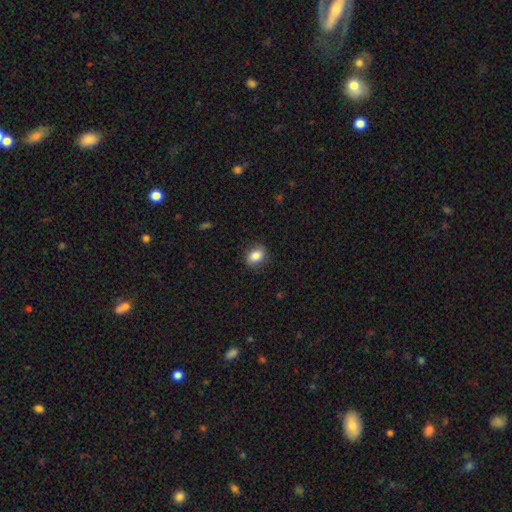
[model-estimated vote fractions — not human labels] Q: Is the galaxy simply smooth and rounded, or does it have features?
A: smooth — 85%.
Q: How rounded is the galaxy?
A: in between — 69%.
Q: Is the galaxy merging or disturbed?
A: none — 83%.